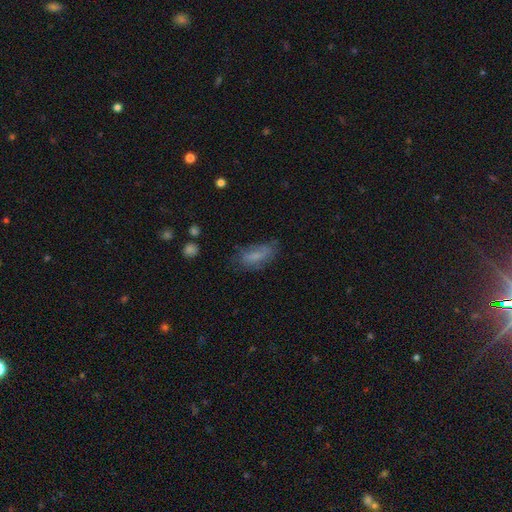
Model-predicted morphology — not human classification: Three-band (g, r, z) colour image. It shows a smooth galaxy with no disk features (67%) that is in between round and cigar-shaped (77%). Merging: none (60%).